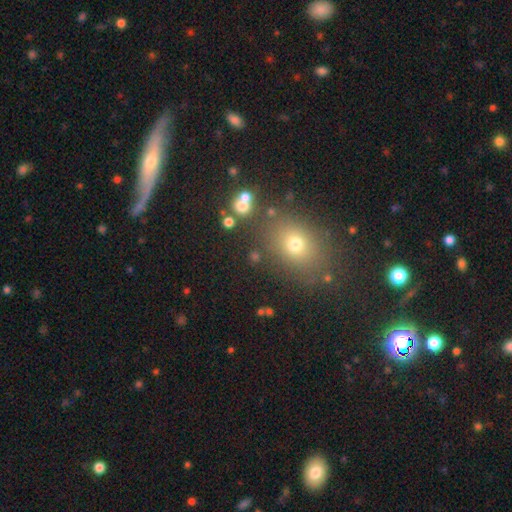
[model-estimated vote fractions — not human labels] Morphology: type=smooth (61%); roundness=round (54%); merging=none (79%).